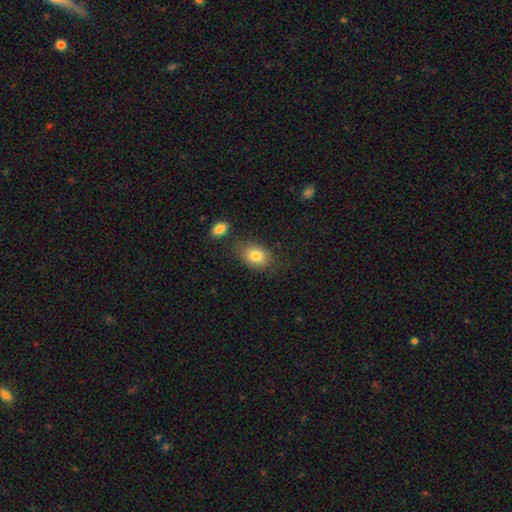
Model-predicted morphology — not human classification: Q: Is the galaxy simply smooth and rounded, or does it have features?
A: smooth — 81%.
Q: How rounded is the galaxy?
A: in between — 71%.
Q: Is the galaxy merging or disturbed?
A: none — 74%.